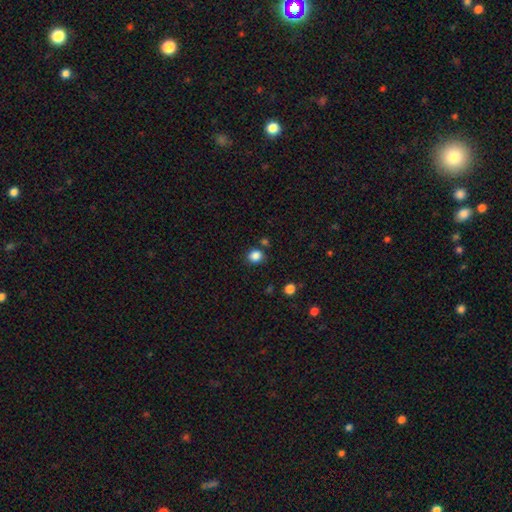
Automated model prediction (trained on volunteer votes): Q: Smooth or featured?
A: smooth (85%); runner-up: star or artifact (11%)
Q: How rounded?
A: round (78%); runner-up: in between (21%)
Q: Merging?
A: none (82%); runner-up: minor disturbance (9%)